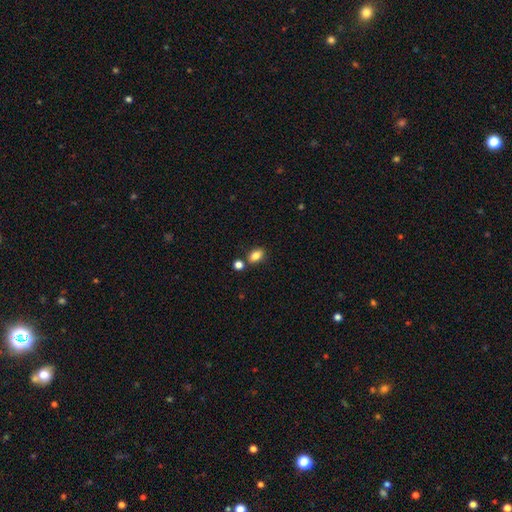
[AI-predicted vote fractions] Overall: smooth (84%). How rounded: in between (83%). Merging: none (75%).